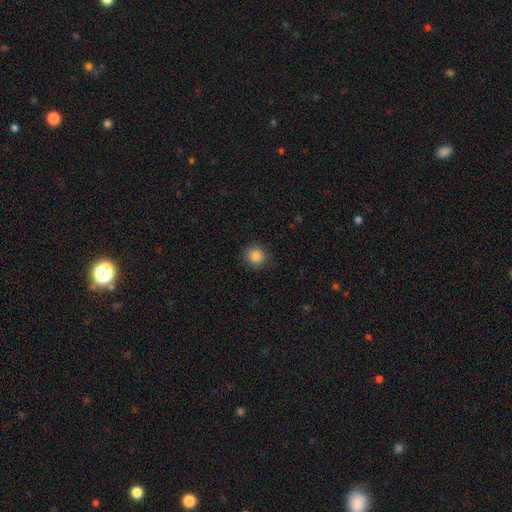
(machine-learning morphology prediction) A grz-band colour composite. It shows a smooth galaxy with no disk features (86%) that is round (91%). Merging: none (88%).